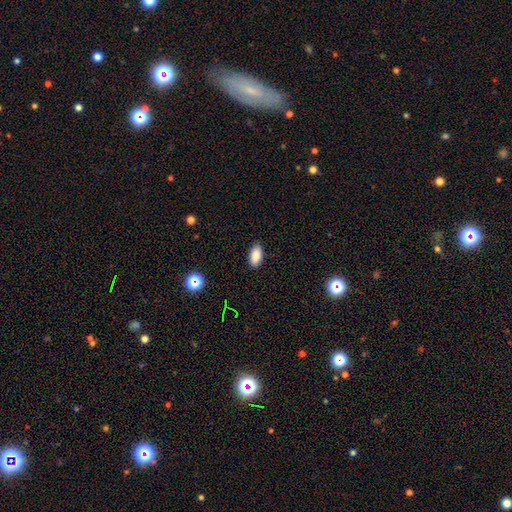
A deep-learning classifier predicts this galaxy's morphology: Q: Smooth or featured?
A: smooth (88%); runner-up: star or artifact (8%)
Q: How rounded?
A: in between (92%); runner-up: cigar-shaped (4%)
Q: Merging?
A: none (89%); runner-up: minor disturbance (8%)